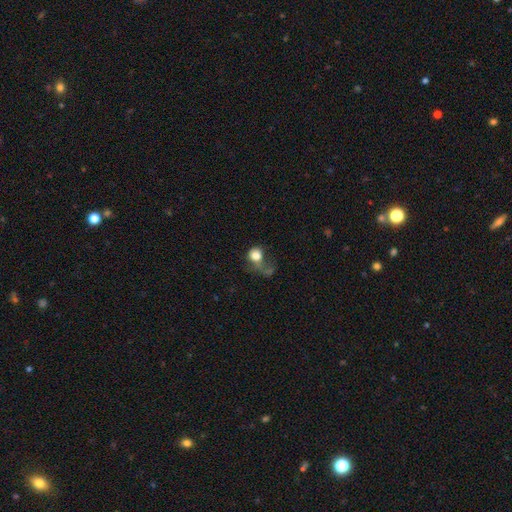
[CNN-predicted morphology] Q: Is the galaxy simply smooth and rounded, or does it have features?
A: smooth — 73%.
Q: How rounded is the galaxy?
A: round — 75%.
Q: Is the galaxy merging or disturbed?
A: major disturbance — 50%.